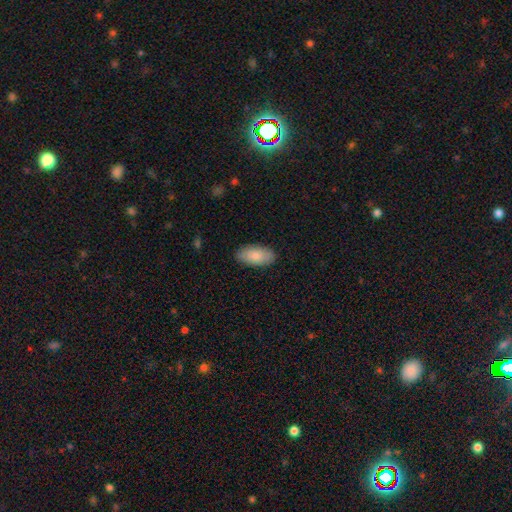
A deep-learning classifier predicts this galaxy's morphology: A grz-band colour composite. It shows a smooth galaxy with no disk features (86%) that is in between round and cigar-shaped (95%). Merging: none (88%).